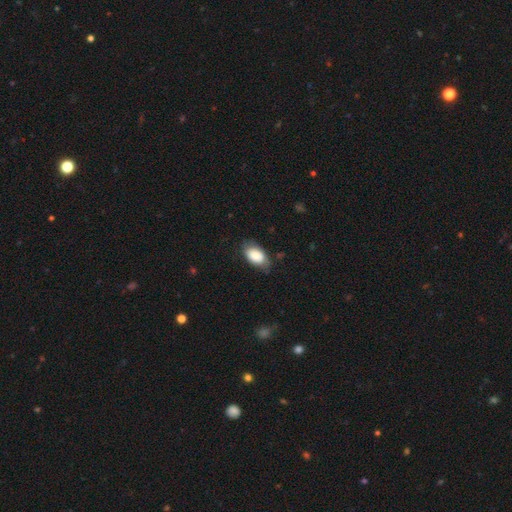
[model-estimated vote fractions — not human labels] Morphology: type=smooth (81%); roundness=in between (92%); merging=none (69%).